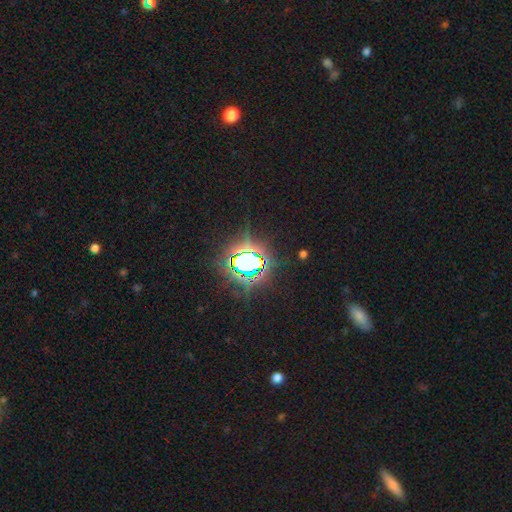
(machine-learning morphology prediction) Q: Smooth or featured?
A: star or artifact (80%); runner-up: smooth (13%)